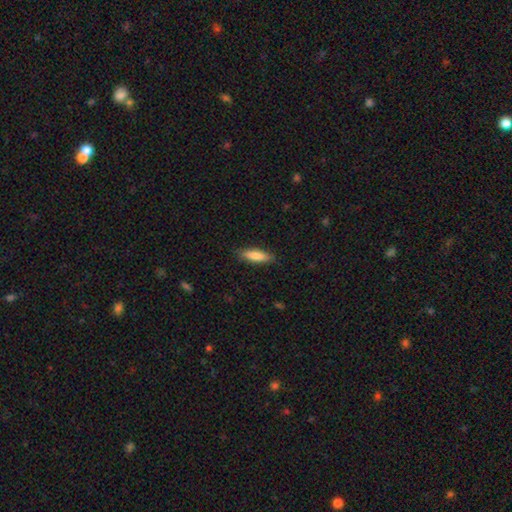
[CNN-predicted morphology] Overall: smooth (80%). How rounded: cigar-shaped (55%; in between 43%). Merging: none (85%).